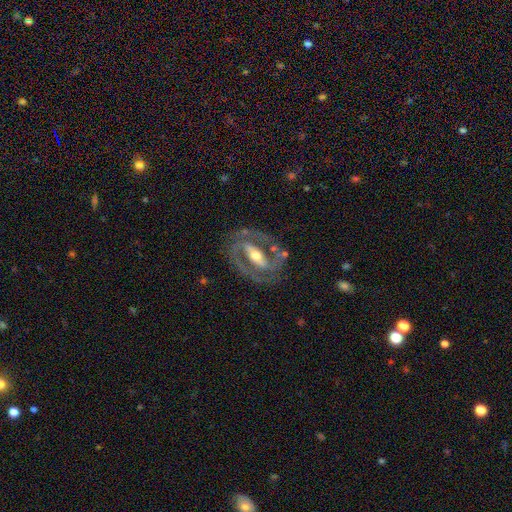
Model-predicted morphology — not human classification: The model was most divided on "spiral winding": medium: 48%, tight: 39%, loose: 12%. More confident: edge-on disk — no (93%); spiral arm count — 2 (88%); smooth or featured — featured or disk (87%); spiral arms — yes (85%); merging — none (76%); bulge size — moderate (65%); bar — strong (64%).